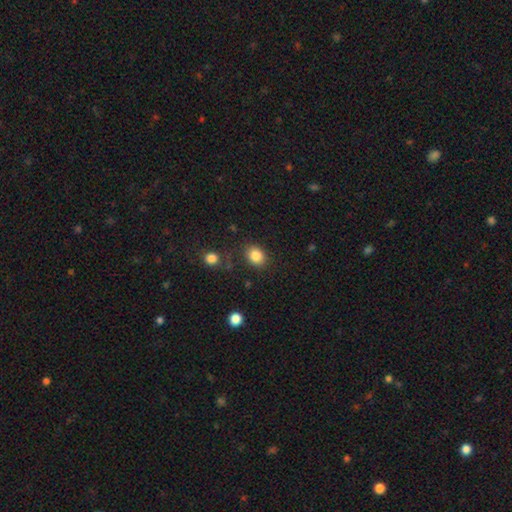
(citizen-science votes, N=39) Volunteers were most divided on "how rounded": round: 57%, in between: 43%, cigar-shaped: 0%. More confident: smooth or featured — smooth (90%); merging — none (86%).